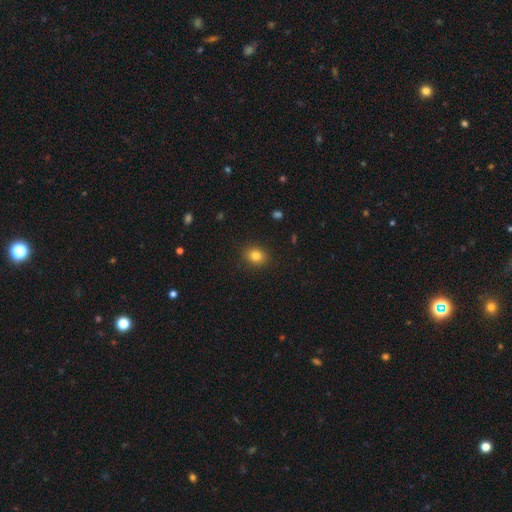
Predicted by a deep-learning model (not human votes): Q: Smooth or featured?
A: smooth (83%); runner-up: star or artifact (11%)
Q: How rounded?
A: round (57%); runner-up: in between (42%)
Q: Merging?
A: none (89%); runner-up: minor disturbance (8%)